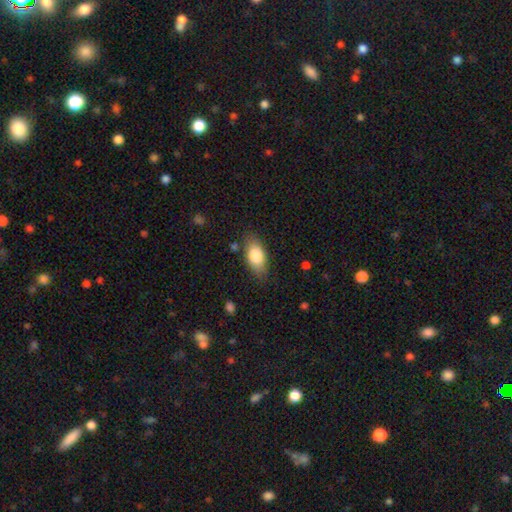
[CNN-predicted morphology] The model was most divided on "merging": none: 79%, minor disturbance: 15%, major disturbance: 4%, merger: 2%. More confident: how rounded — in between (89%); smooth or featured — smooth (81%).